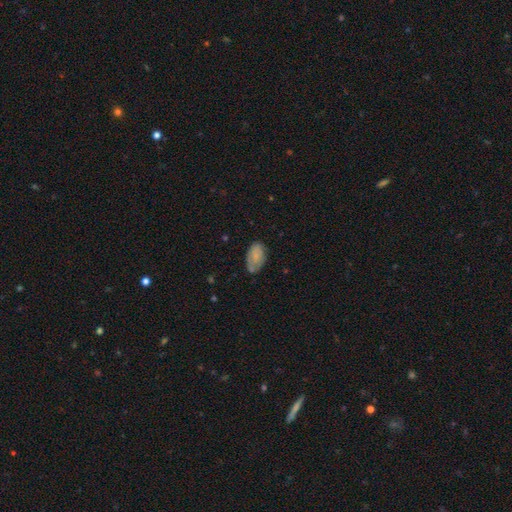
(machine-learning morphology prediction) Smooth or featured?
  - smooth: 75% *
  - featured or disk: 18%
  - star or artifact: 8%
How rounded?
  - in between: 93% *
  - round: 5%
  - cigar-shaped: 2%
Merging?
  - none: 64% *
  - minor disturbance: 26%
  - major disturbance: 6%
  - merger: 3%